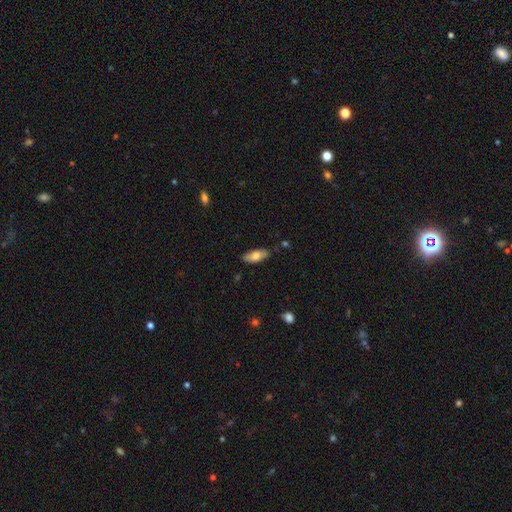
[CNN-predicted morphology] Smooth or featured: smooth — 74% (featured or disk — 19%)
How rounded: in between — 80% (cigar-shaped — 18%)
Merging: none — 81% (minor disturbance — 15%)